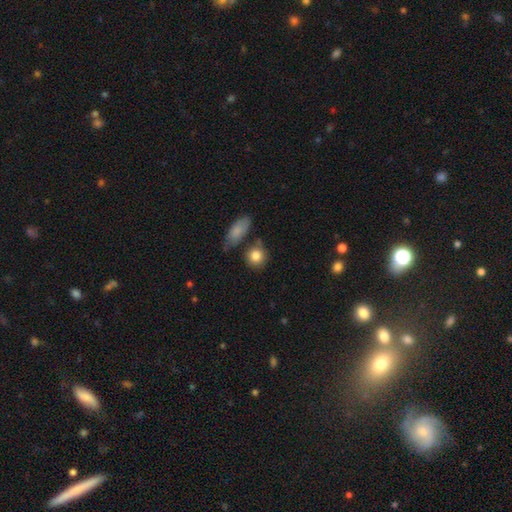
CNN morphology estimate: This is clearly a smooth galaxy (84%). How rounded: likely round (80%). Merging: likely none (69%).